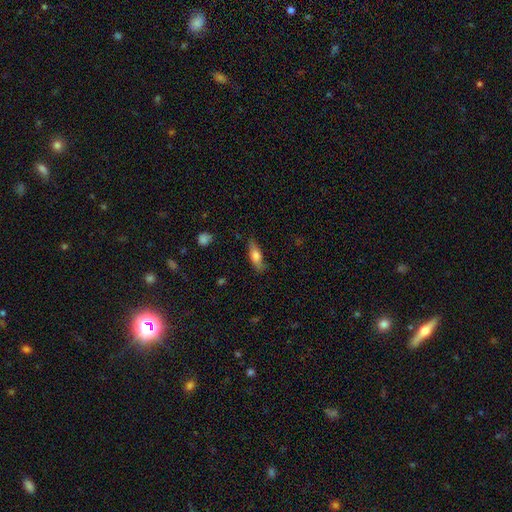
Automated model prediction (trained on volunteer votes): A smooth galaxy with no disk features (71%) that is in between round and cigar-shaped (59%).

Vote fractions:
- Smooth or featured? smooth: 71% / featured or disk: 22% / star or artifact: 7%
- How rounded? in between: 59% / cigar-shaped: 38% / round: 3%
- Merging? none: 75% / minor disturbance: 19% / major disturbance: 5% / merger: 2%